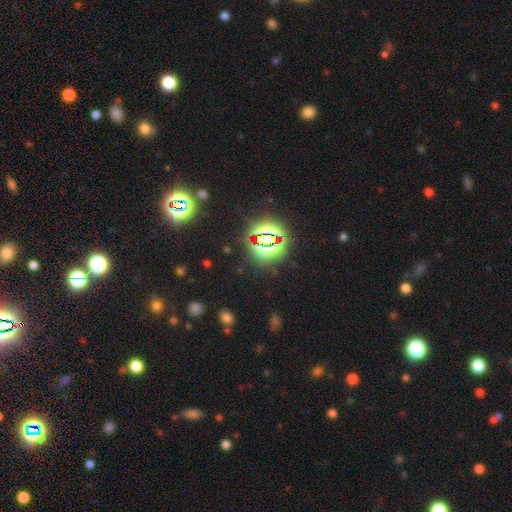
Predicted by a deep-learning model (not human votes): Smooth or featured? star or artifact (78%)